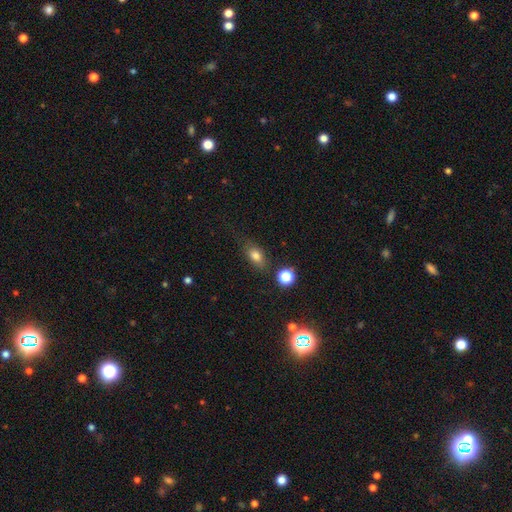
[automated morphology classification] Smooth or featured?
  - smooth: 78% *
  - star or artifact: 11%
  - featured or disk: 10%
How rounded?
  - in between: 77% *
  - round: 17%
  - cigar-shaped: 6%
Merging?
  - none: 68% *
  - minor disturbance: 20%
  - major disturbance: 7%
  - merger: 5%